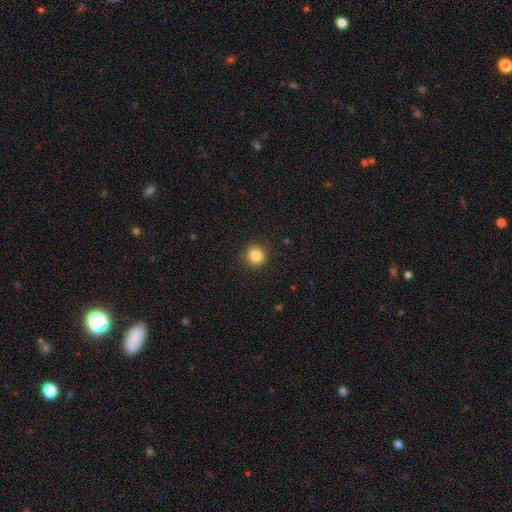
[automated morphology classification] type=smooth (84%); roundness=round (95%); merging=none (90%).